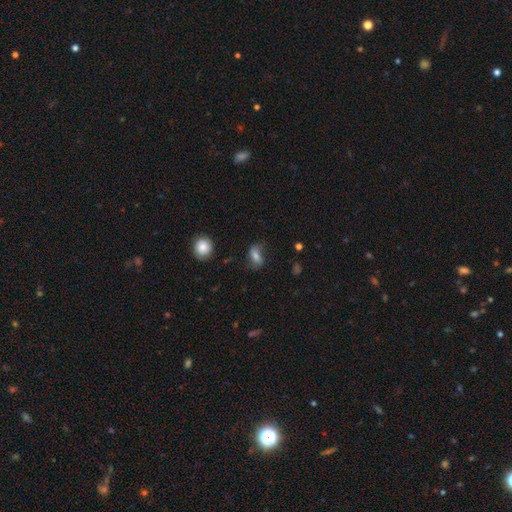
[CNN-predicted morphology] smooth_or_featured: smooth (p=0.65) [alt: featured or disk p=0.24]
how_rounded: in between (p=0.80) [alt: round p=0.15]
merging: none (p=0.62) [alt: minor disturbance p=0.24]